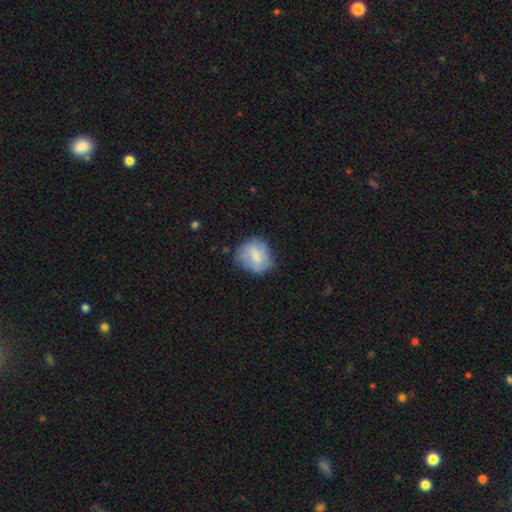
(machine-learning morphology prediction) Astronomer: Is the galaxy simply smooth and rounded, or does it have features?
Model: smooth — 62%.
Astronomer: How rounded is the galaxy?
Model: round — 70%.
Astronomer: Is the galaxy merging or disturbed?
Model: none — 62%.